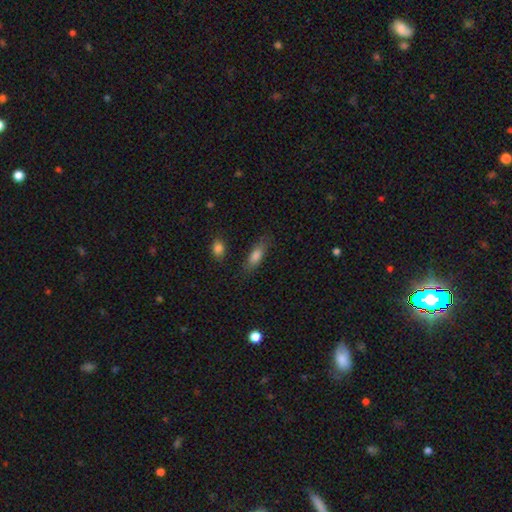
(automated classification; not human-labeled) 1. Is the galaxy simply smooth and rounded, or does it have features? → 77% smooth, 15% featured or disk, 8% star or artifact.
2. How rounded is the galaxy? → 57% in between, 40% cigar-shaped, 3% round.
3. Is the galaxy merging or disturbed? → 78% none, 15% minor disturbance, 4% major disturbance, 3% merger.